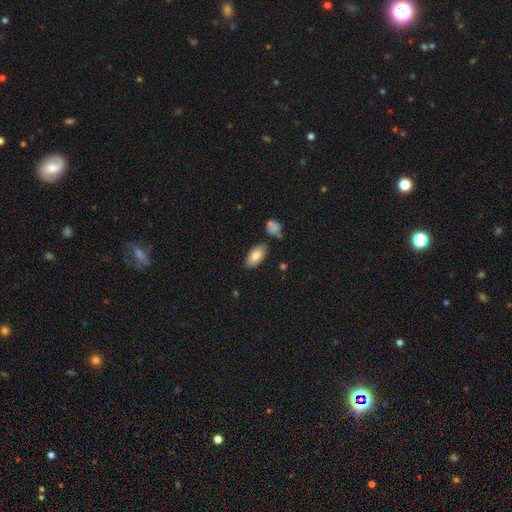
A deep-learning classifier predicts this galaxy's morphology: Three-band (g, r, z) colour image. It shows a smooth galaxy with no disk features (81%) that is in between round and cigar-shaped (92%). Merging: none (80%).